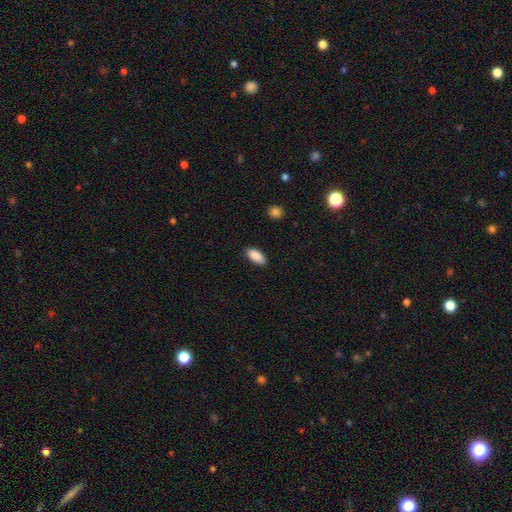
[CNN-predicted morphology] This appears to be a smooth galaxy with no disk features (90%) that is in between round and cigar-shaped (90%). Merging: none (87%).